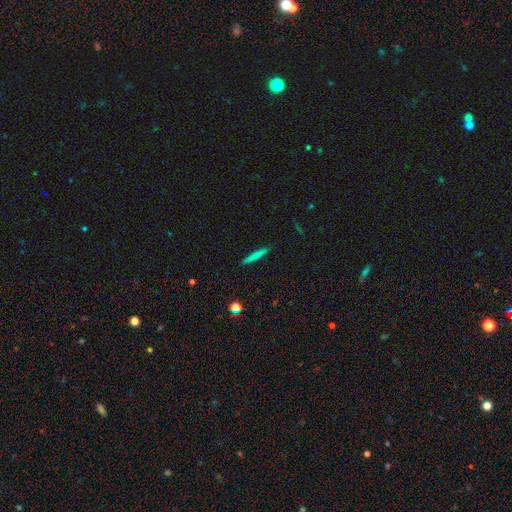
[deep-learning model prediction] A smooth galaxy with no disk features (75%) that is cigar-shaped (95%).

Vote fractions:
- Smooth or featured? smooth: 75% / featured or disk: 18% / star or artifact: 7%
- How rounded? cigar-shaped: 95% / in between: 4% / round: 1%
- Merging? none: 91% / minor disturbance: 6% / major disturbance: 1% / merger: 1%